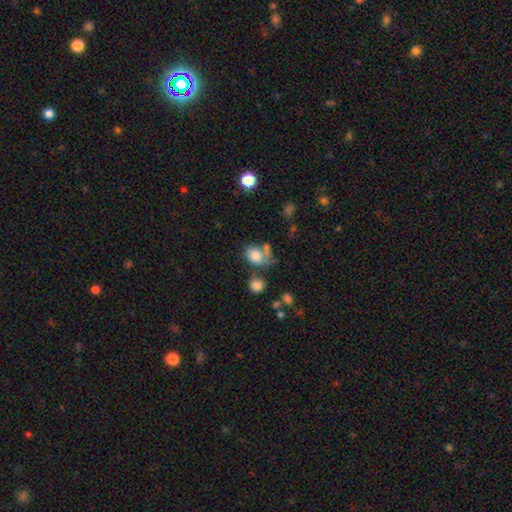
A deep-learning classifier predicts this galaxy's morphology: smooth_or_featured: smooth (p=0.77) [alt: featured or disk p=0.13]
how_rounded: in between (p=0.71) [alt: round p=0.28]
merging: none (p=0.40) [alt: merger p=0.28]